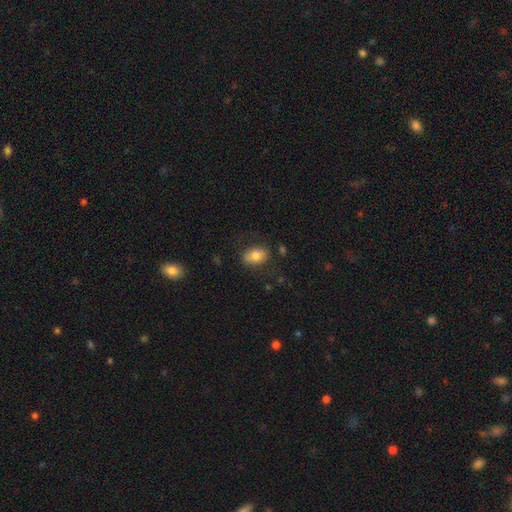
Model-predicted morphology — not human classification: A smooth galaxy with no disk features (76%) that is in between round and cigar-shaped (83%).

Vote fractions:
- Smooth or featured? smooth: 76% / featured or disk: 15% / star or artifact: 8%
- How rounded? in between: 83% / round: 15% / cigar-shaped: 2%
- Merging? none: 76% / minor disturbance: 17% / major disturbance: 6% / merger: 2%